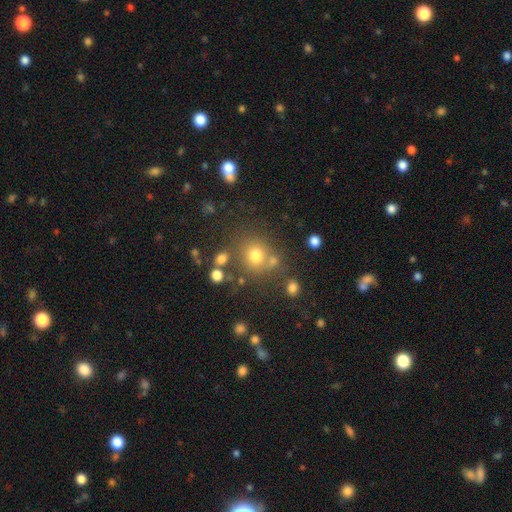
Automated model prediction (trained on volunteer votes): smooth_or_featured: smooth (p=0.72) [alt: star or artifact p=0.18]
how_rounded: round (p=0.86) [alt: in between p=0.13]
merging: none (p=0.67) [alt: merger p=0.16]